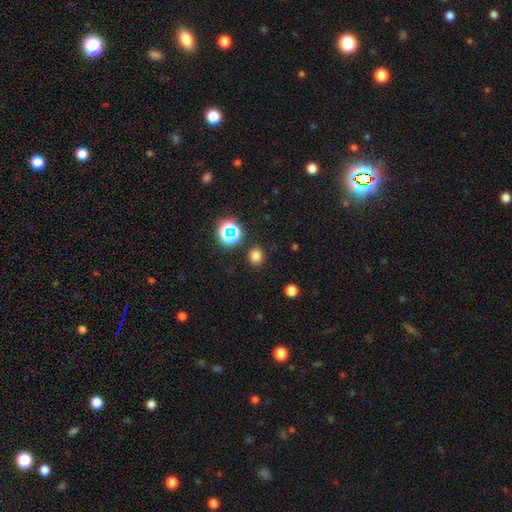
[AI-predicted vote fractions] Smooth or featured?
  - smooth: 75% *
  - star or artifact: 20%
  - featured or disk: 5%
How rounded?
  - round: 81% *
  - in between: 18%
  - cigar-shaped: 1%
Merging?
  - none: 88% *
  - minor disturbance: 8%
  - major disturbance: 3%
  - merger: 2%